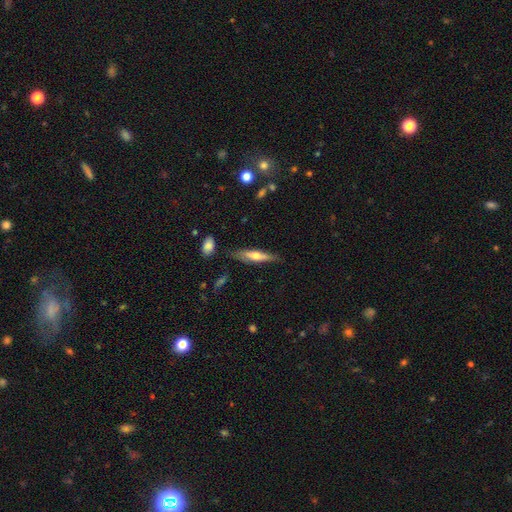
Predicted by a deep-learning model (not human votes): smooth_or_featured: smooth (p=0.49) [alt: featured or disk p=0.45]
merging: none (p=0.78) [alt: minor disturbance p=0.16]